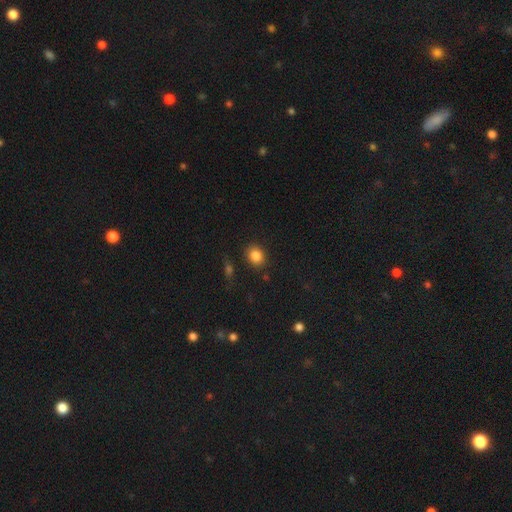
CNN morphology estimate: This appears to be a smooth galaxy with no disk features (85%) that is round (59%). Merging: none (85%).